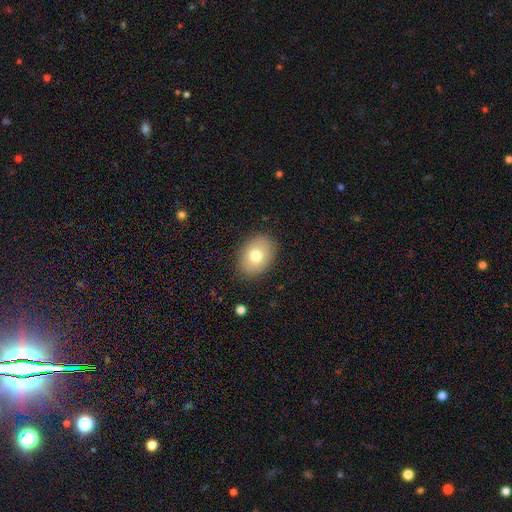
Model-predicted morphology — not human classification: A smooth galaxy with no disk features (76%) that is in between round and cigar-shaped (74%). Merging: none (86%).